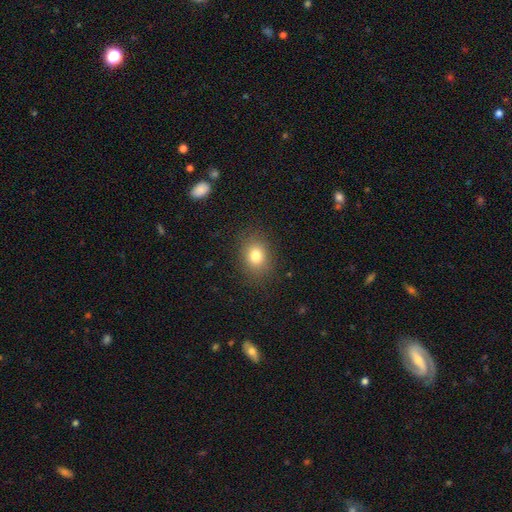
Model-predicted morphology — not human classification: Smooth or featured? smooth (79%)
How rounded? in between (54%)
Merging? none (86%)